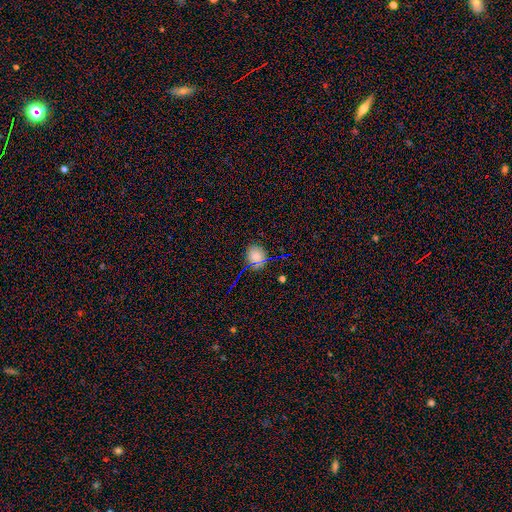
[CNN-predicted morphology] smooth 70%, star or artifact 23%, featured or disk 7%. Down the decision tree: how rounded — round (73%); merging — none (83%).